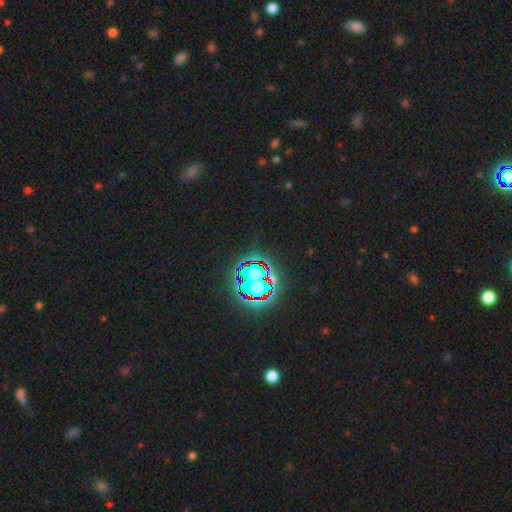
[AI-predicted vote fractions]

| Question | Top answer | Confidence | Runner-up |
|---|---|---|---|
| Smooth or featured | star or artifact | 81% | smooth (11%) |